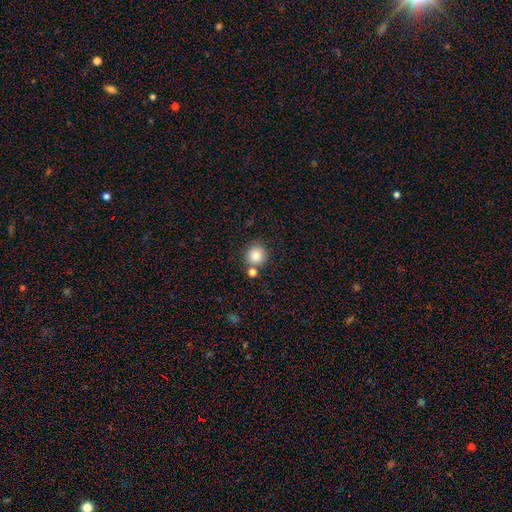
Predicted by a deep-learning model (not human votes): This appears to be a smooth galaxy with no disk features (85%) that is round (91%). Merging: none (73%).